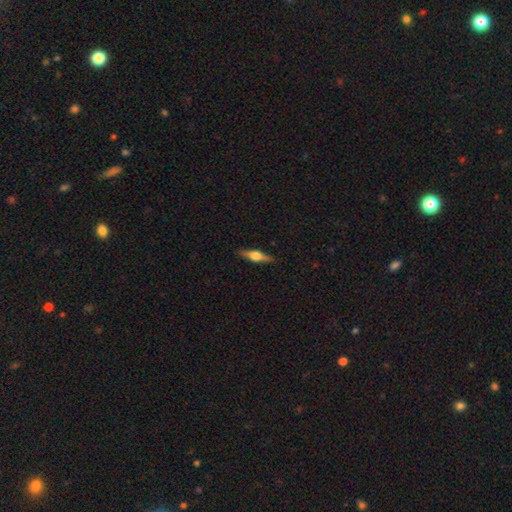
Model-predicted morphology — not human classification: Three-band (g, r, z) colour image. It shows a featured or disk galaxy (68%) viewed edge-on (97%) with a rounded central bulge (92%). Merging: none (90%).